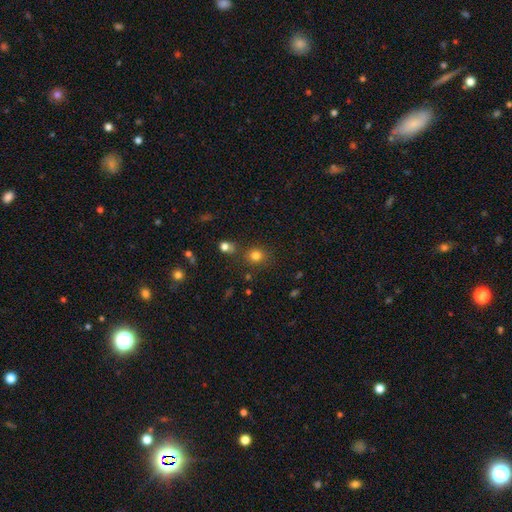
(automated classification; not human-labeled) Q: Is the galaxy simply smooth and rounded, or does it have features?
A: smooth — 79%.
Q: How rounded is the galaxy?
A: round — 82%.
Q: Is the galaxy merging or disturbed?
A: none — 78%.